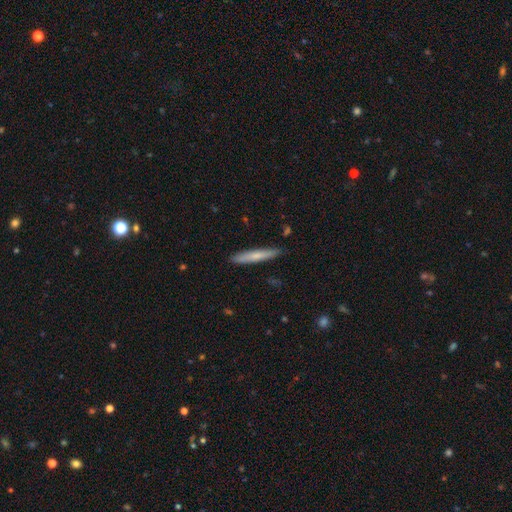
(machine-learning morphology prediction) This appears to be a smooth galaxy with no disk features (67%) that is cigar-shaped (94%). Merging: none (87%).